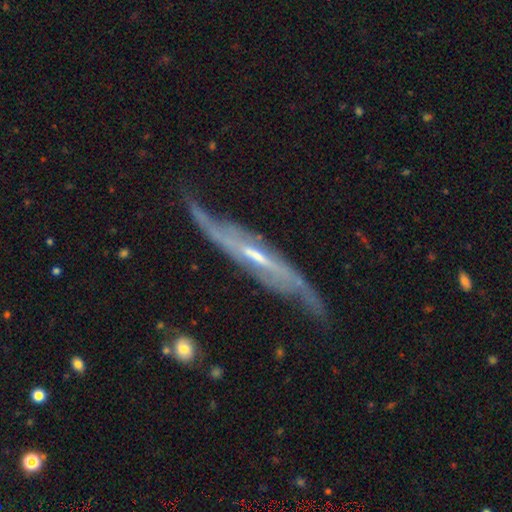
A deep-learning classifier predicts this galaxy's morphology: Q: Smooth or featured?
A: featured or disk (86%); runner-up: smooth (8%)
Q: Edge-on disk?
A: no (57%); runner-up: yes (43%)
Q: Merging?
A: none (69%); runner-up: minor disturbance (21%)